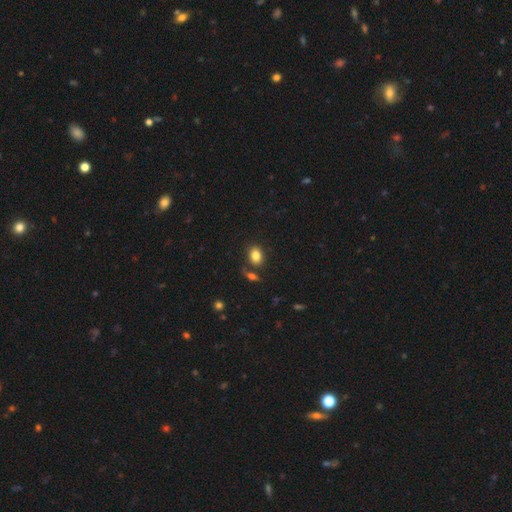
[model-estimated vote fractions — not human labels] Q: Smooth or featured?
A: smooth (82%); runner-up: star or artifact (10%)
Q: How rounded?
A: in between (68%); runner-up: round (31%)
Q: Merging?
A: none (71%); runner-up: merger (13%)